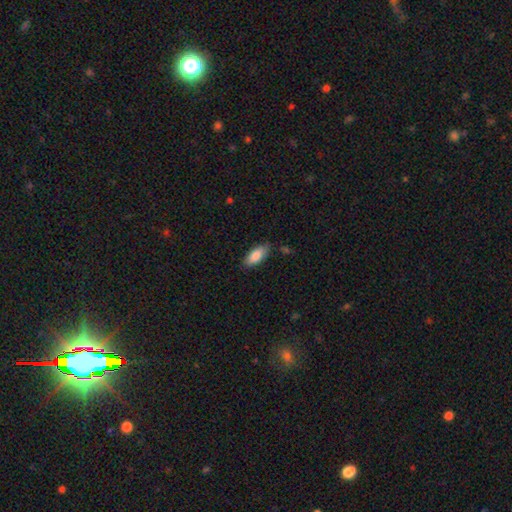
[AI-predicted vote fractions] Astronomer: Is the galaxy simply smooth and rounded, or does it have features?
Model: smooth — 84%.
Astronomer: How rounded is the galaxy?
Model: in between — 83%.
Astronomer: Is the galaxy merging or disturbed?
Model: none — 80%.